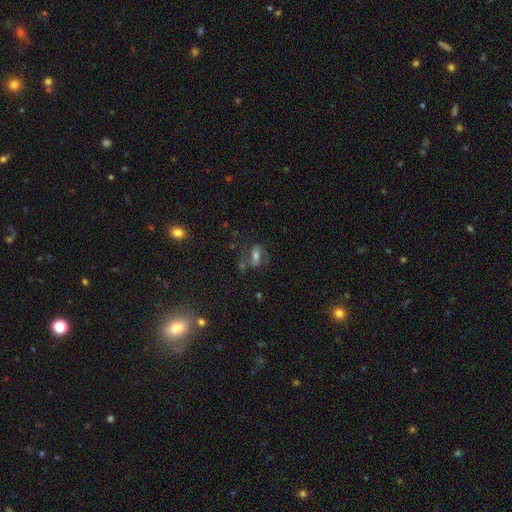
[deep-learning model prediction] smooth_or_featured: smooth (p=0.43) [alt: featured or disk p=0.42]
merging: none (p=0.52) [alt: minor disturbance p=0.20]